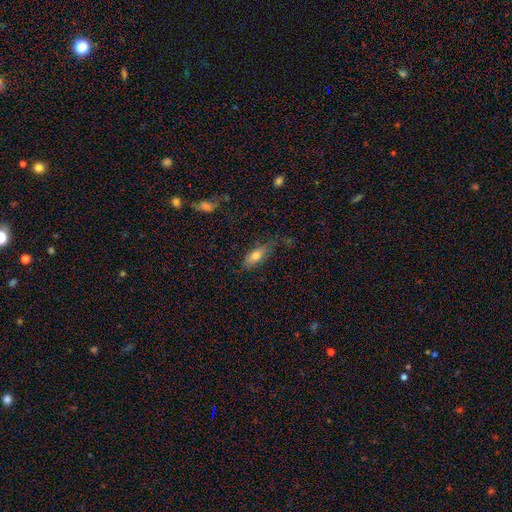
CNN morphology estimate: Q: Smooth or featured?
A: smooth (72%); runner-up: featured or disk (20%)
Q: How rounded?
A: in between (72%); runner-up: cigar-shaped (25%)
Q: Merging?
A: none (66%); runner-up: minor disturbance (25%)